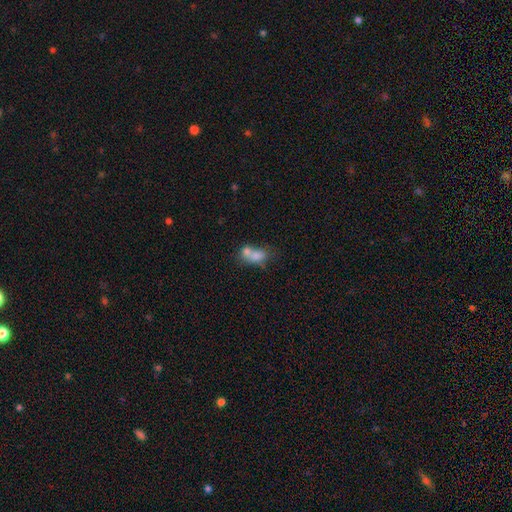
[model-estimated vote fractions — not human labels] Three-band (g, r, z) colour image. It shows a smooth galaxy with no disk features (70%) that is in between round and cigar-shaped (66%). Merging: merger (65%).